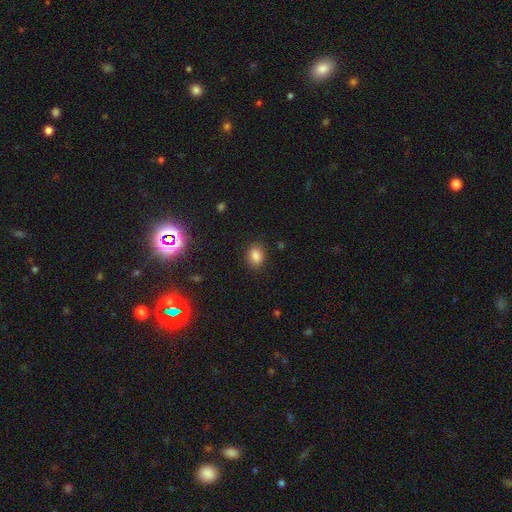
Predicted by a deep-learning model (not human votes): A smooth galaxy with no disk features (83%) that is in between round and cigar-shaped (53%).

Vote fractions:
- Smooth or featured? smooth: 83% / star or artifact: 12% / featured or disk: 5%
- How rounded? in between: 53% / round: 45% / cigar-shaped: 1%
- Merging? none: 85% / minor disturbance: 11% / major disturbance: 3% / merger: 1%